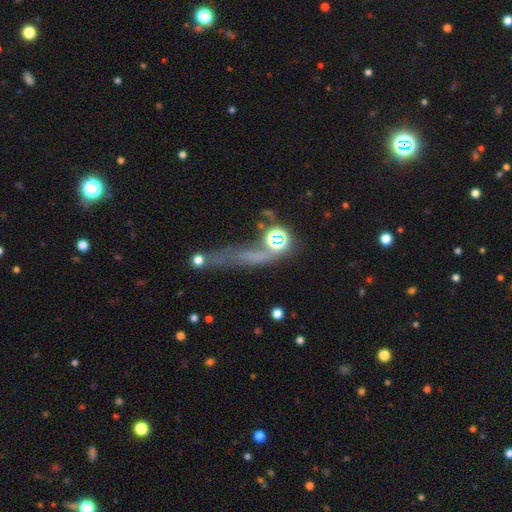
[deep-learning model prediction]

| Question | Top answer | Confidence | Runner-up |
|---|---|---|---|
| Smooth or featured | smooth | 40% | star or artifact (32%) |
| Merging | none | 42% | major disturbance (26%) |